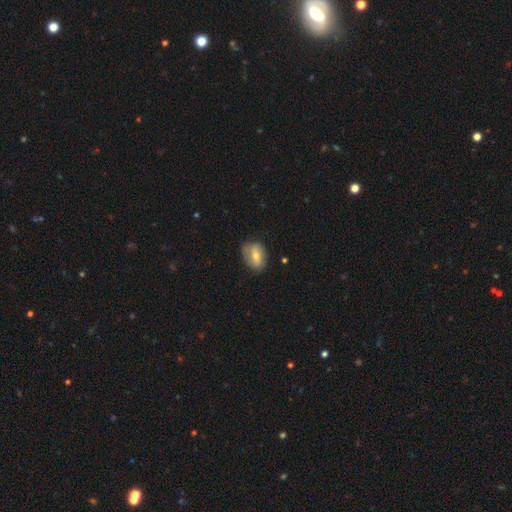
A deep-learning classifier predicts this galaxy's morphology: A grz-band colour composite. It shows a smooth galaxy with no disk features (56%) that is in between round and cigar-shaped (77%). Merging: none (67%).